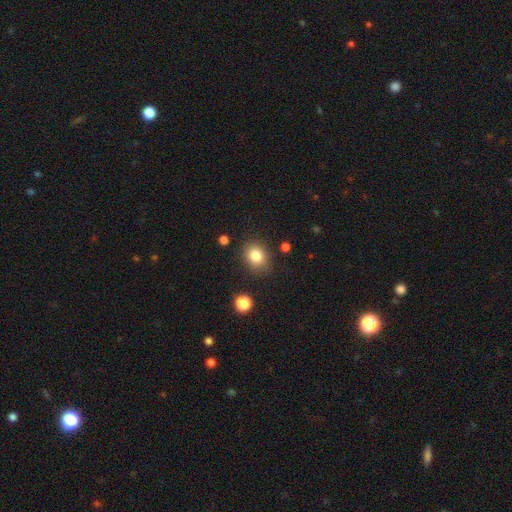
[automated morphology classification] A smooth galaxy with no disk features (82%) that is round (61%). Merging: none (84%).